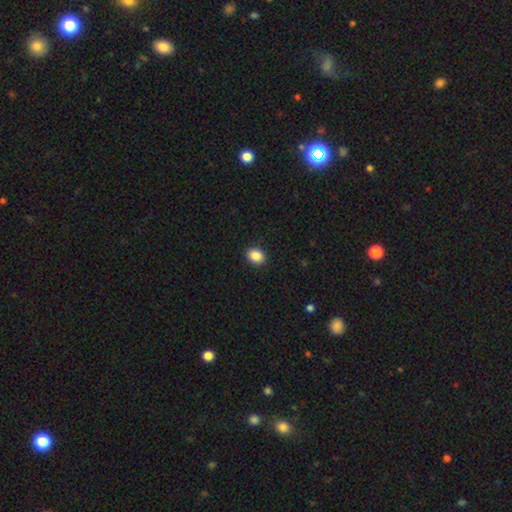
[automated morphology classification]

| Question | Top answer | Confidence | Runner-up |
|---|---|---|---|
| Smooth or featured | smooth | 88% | star or artifact (9%) |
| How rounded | in between | 53% | round (46%) |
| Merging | none | 91% | minor disturbance (6%) |